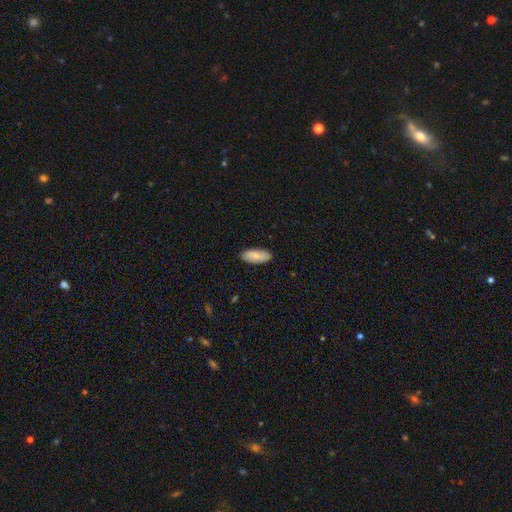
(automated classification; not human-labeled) A smooth galaxy with no disk features (78%) that is in between round and cigar-shaped (86%). Merging: none (87%).